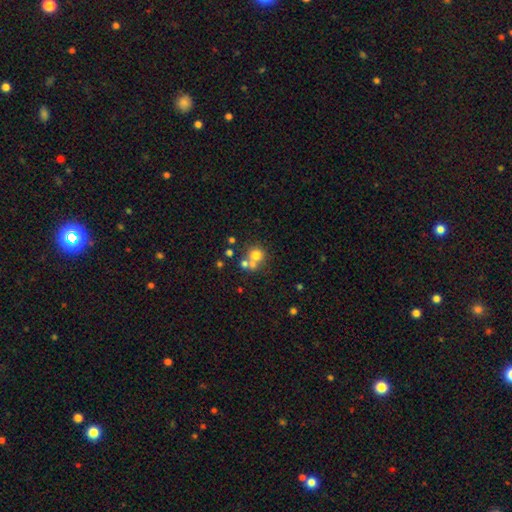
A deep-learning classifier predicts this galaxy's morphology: This appears to be a smooth galaxy with no disk features (67%) that is round (86%). Merging: none (46%).